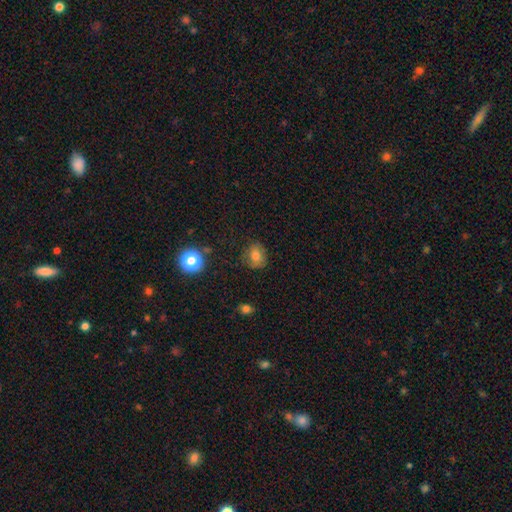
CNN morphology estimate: This appears to be a smooth galaxy with no disk features (76%) that is in between round and cigar-shaped (53%). Merging: none (74%).